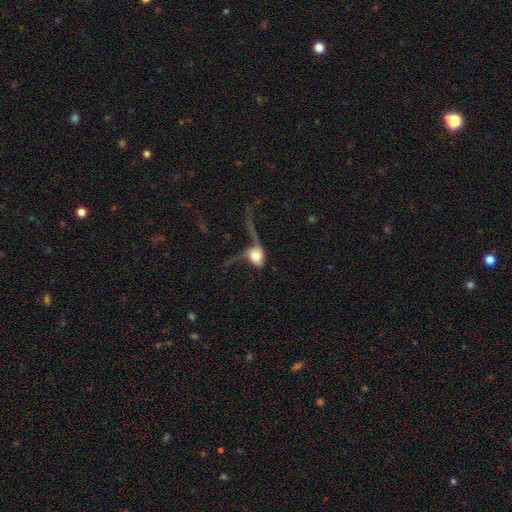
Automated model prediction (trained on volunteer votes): Smooth or featured? Predicted: smooth (p=0.51). How rounded? Predicted: in between (p=0.60). Merging? Predicted: major disturbance (p=0.61).